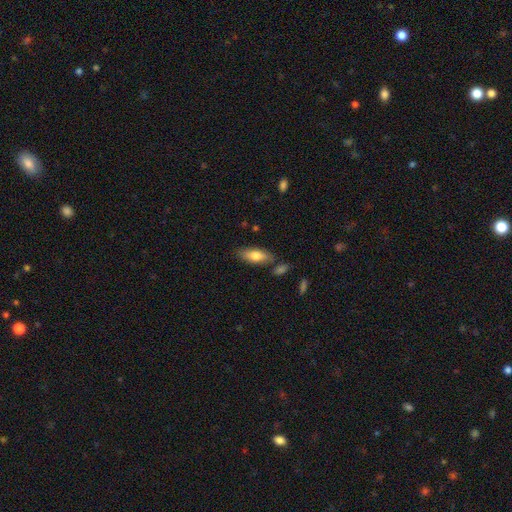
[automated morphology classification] The model was most divided on "how rounded": in between: 67%, cigar-shaped: 30%, round: 2%. More confident: merging — none (78%); smooth or featured — smooth (71%).